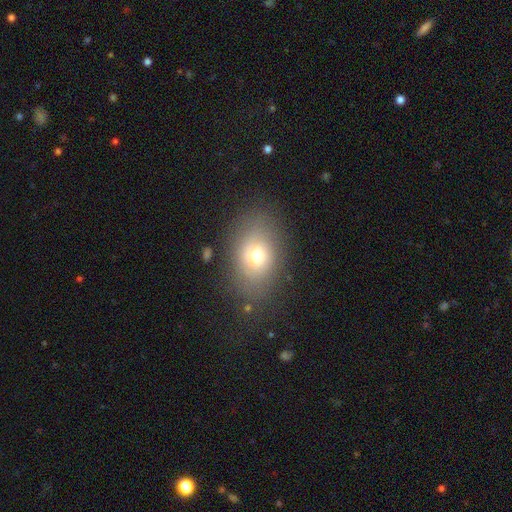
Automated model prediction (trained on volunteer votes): smooth_or_featured: smooth (p=0.66) [alt: featured or disk p=0.20]
how_rounded: in between (p=0.71) [alt: round p=0.28]
merging: none (p=0.76) [alt: minor disturbance p=0.15]